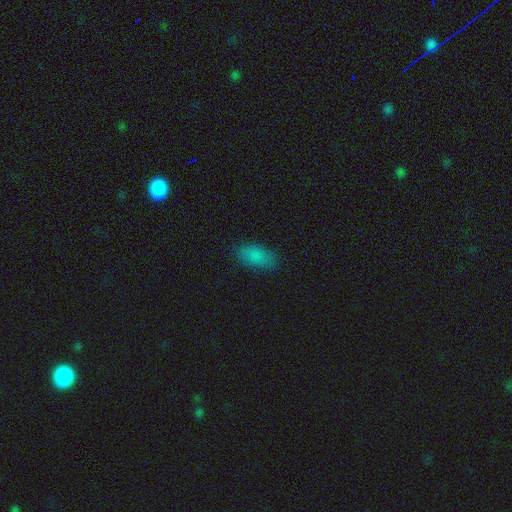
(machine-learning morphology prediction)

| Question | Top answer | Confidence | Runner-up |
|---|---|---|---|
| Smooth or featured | smooth | 83% | star or artifact (10%) |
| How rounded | in between | 90% | cigar-shaped (6%) |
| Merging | none | 83% | minor disturbance (13%) |